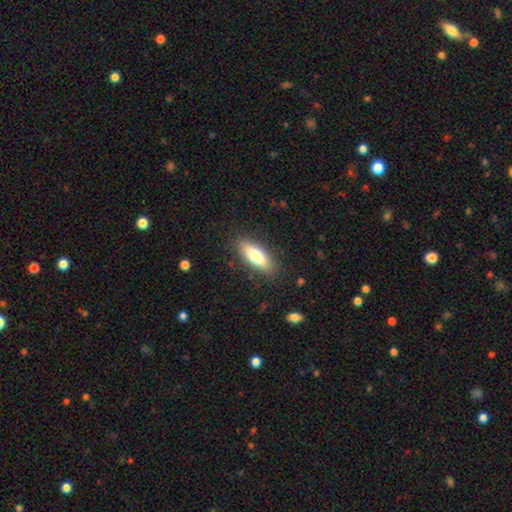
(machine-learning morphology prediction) The model was most divided on "how rounded": in between: 62%, cigar-shaped: 36%, round: 2%. More confident: merging — none (86%); smooth or featured — smooth (72%).